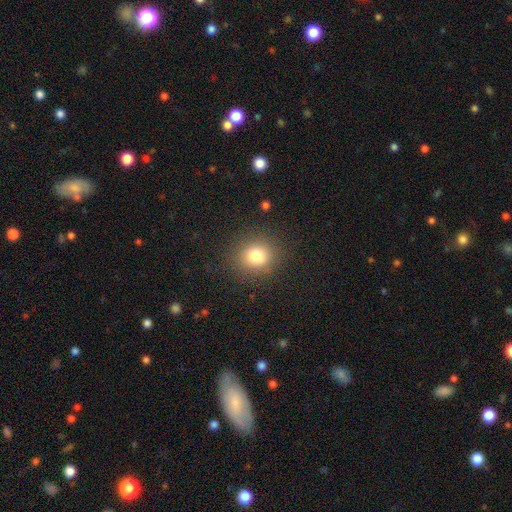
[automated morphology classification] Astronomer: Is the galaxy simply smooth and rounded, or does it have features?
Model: smooth — 80%.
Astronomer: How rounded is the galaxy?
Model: round — 78%.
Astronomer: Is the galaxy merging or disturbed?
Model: none — 86%.